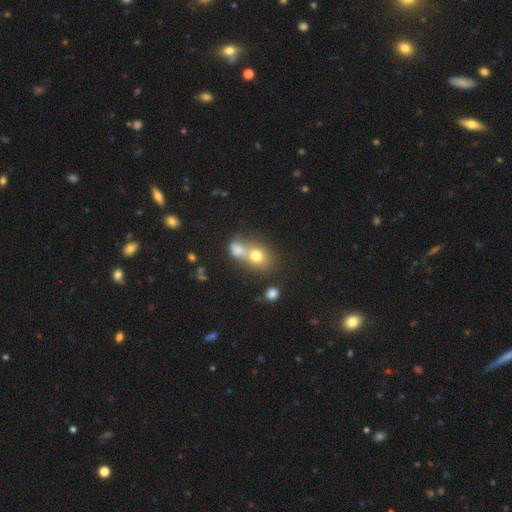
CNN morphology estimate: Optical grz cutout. It shows a smooth galaxy with no disk features (72%) that is round (61%). Merging: merger (55%).